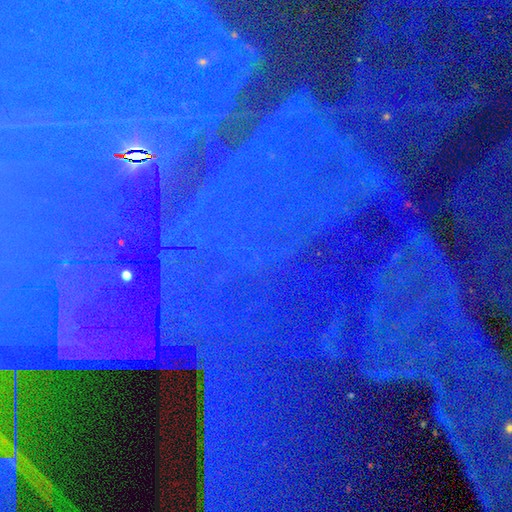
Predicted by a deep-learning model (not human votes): Morphology: type=star or artifact (86%).